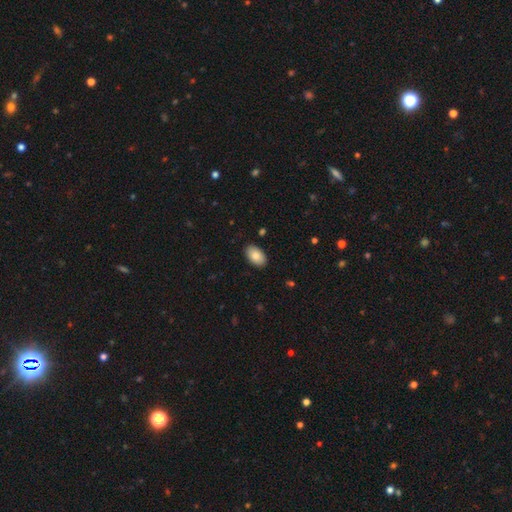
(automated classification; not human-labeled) Overall: smooth (85%). How rounded: in between (94%). Merging: none (89%).